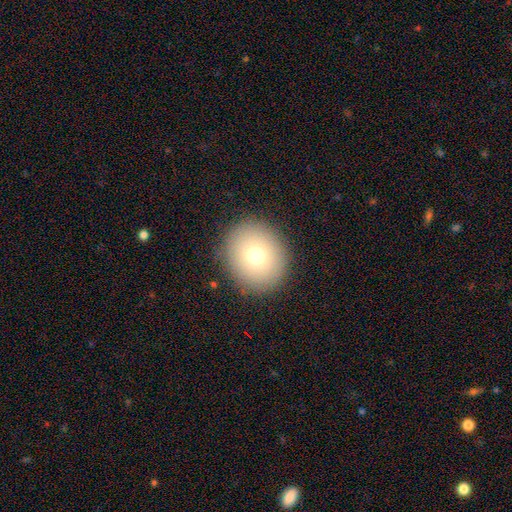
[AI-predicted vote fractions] This appears to be a smooth galaxy with no disk features (75%) that is round (77%). Merging: none (89%).